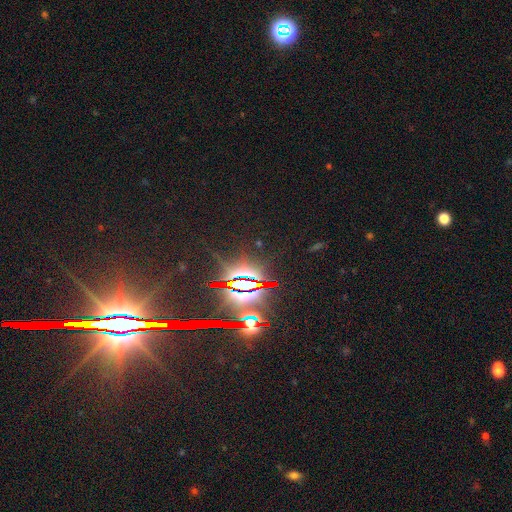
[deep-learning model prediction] A star or artifact, not a galaxy (85%).